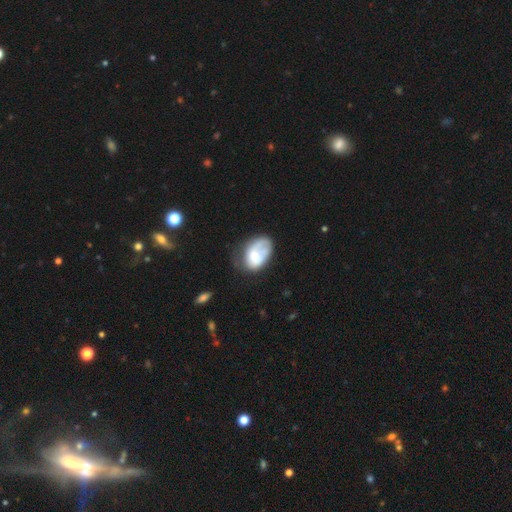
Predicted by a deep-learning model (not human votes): Overall: smooth (58%; featured or disk 35%). How rounded: in between (86%). Merging: none (38%; minor disturbance 30%).